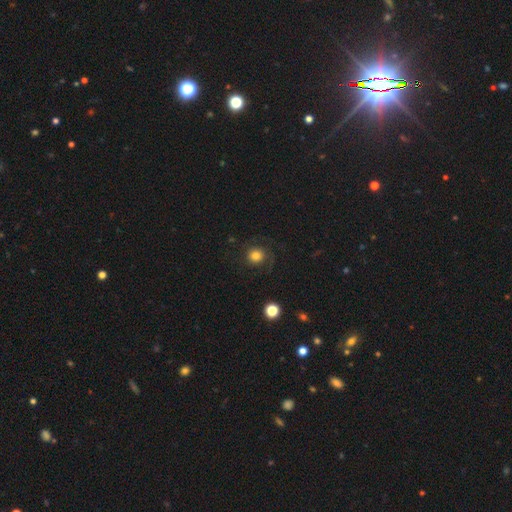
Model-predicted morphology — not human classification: A smooth galaxy with no disk features (69%) that is round (90%).

Vote fractions:
- Smooth or featured? smooth: 69% / featured or disk: 20% / star or artifact: 11%
- How rounded? round: 90% / in between: 9% / cigar-shaped: 1%
- Merging? none: 70% / major disturbance: 14% / minor disturbance: 14% / merger: 2%